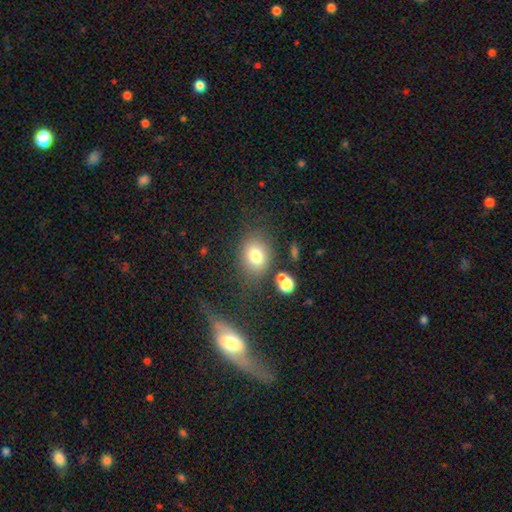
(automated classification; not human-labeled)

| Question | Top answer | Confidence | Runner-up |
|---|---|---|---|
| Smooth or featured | smooth | 77% | star or artifact (13%) |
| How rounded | in between | 51% | round (48%) |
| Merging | none | 70% | minor disturbance (15%) |